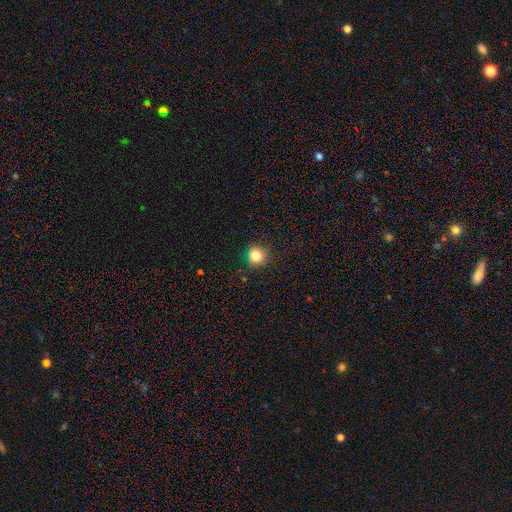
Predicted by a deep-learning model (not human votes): Morphology: type=smooth (83%); roundness=round (93%); merging=none (87%).